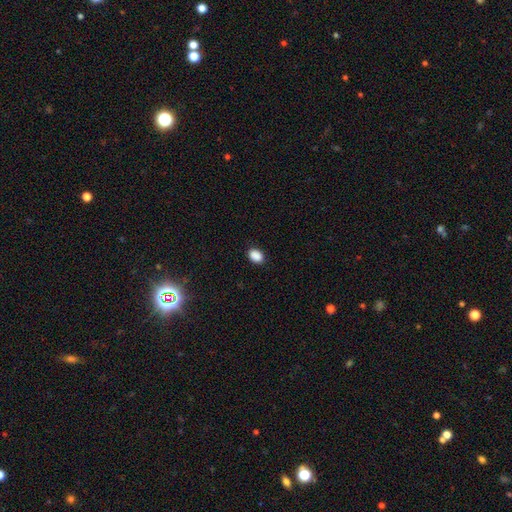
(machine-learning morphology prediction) The model was most divided on "how rounded": in between: 78%, round: 21%, cigar-shaped: 1%. More confident: smooth or featured — smooth (89%); merging — none (87%).